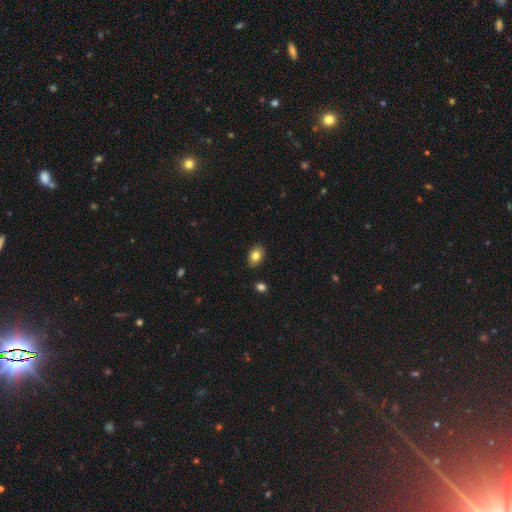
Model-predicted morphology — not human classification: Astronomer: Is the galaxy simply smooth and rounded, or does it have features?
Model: smooth — 81%.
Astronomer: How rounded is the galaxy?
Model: in between — 81%.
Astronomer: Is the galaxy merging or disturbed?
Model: none — 88%.